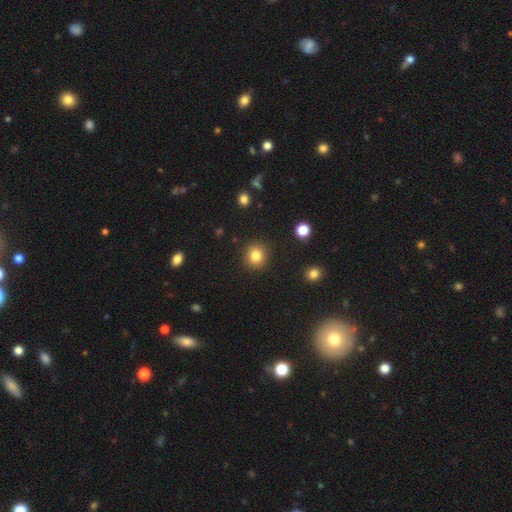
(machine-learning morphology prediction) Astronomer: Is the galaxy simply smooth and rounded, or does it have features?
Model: smooth — 83%.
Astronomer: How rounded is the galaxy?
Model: round — 89%.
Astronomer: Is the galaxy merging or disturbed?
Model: none — 91%.